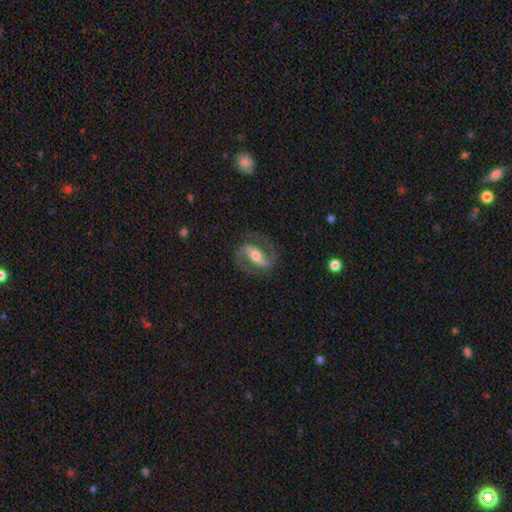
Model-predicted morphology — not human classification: featured or disk 87%, smooth 8%, star or artifact 5%. Down the decision tree: edge-on disk — no (96%); bar — strong (57%); spiral arms — yes (95%); spiral arm count — 2 (92%); spiral winding — medium (56%); bulge size — moderate (61%); merging — none (79%).